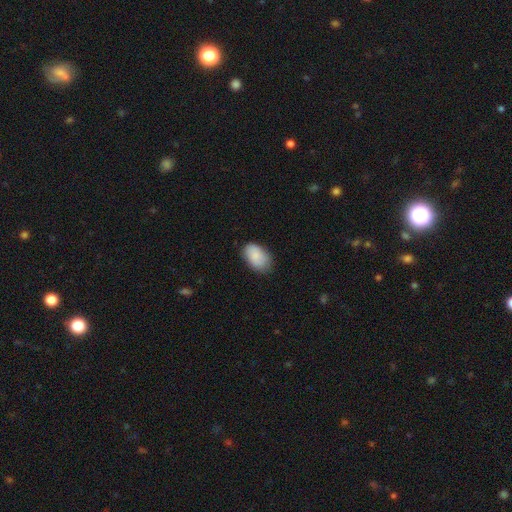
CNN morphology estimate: The model was most divided on "merging": none: 75%, minor disturbance: 20%, major disturbance: 4%, merger: 1%. More confident: how rounded — in between (91%); smooth or featured — smooth (87%).